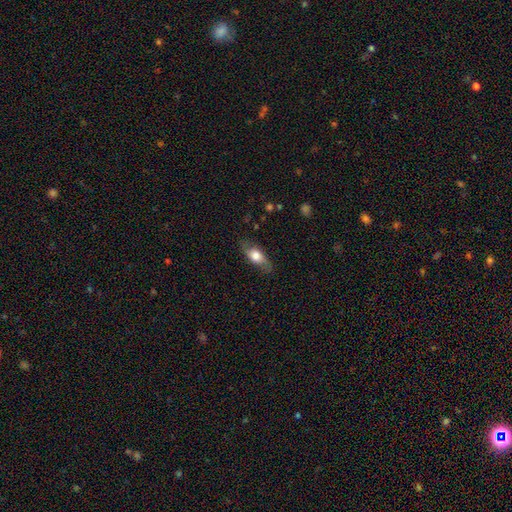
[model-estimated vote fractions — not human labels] The model was most divided on "smooth or featured": smooth: 62%, featured or disk: 31%, star or artifact: 7%. More confident: merging — none (78%); how rounded — in between (73%).